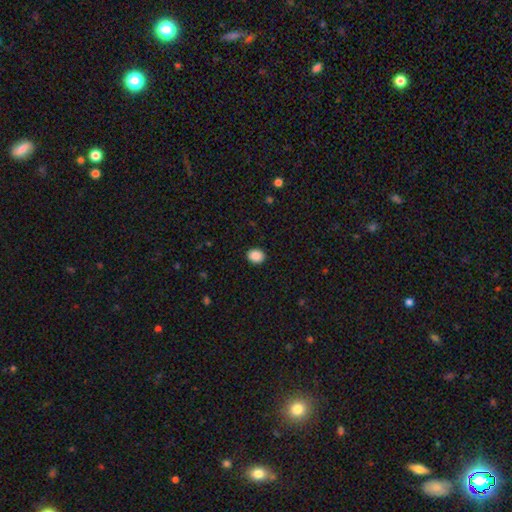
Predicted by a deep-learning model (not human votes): Overall: smooth (89%). How rounded: round (52%; in between 47%). Merging: none (91%).